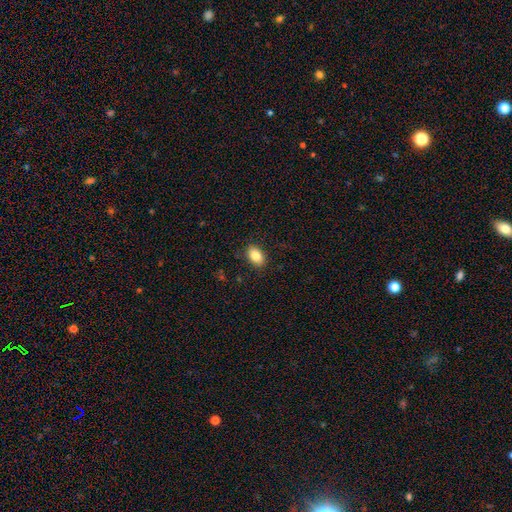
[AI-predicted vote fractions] Smooth or featured? smooth (84%)
How rounded? in between (88%)
Merging? none (87%)